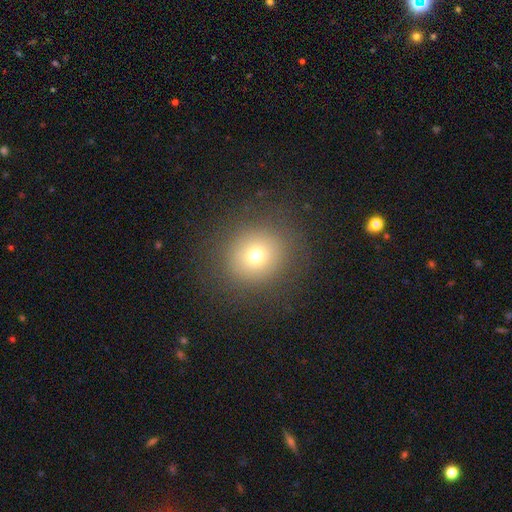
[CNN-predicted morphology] The model was most divided on "smooth or featured": smooth: 70%, star or artifact: 17%, featured or disk: 13%. More confident: how rounded — round (88%); merging — none (86%).